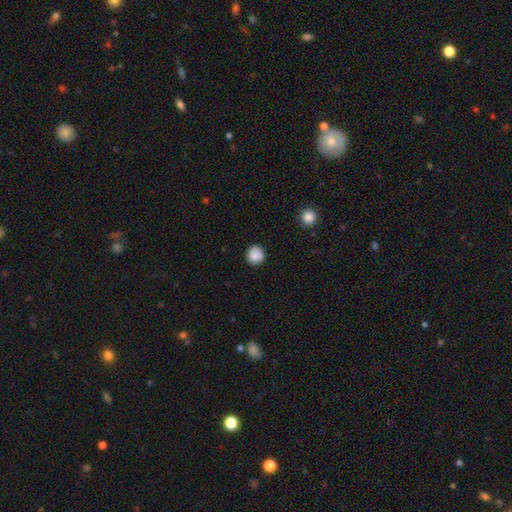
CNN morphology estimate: smooth-or-featured: smooth: 86% | star or artifact: 9% | featured or disk: 5%
  how-rounded: round: 92% | in between: 7% | cigar-shaped: 1%
  merging: none: 85% | minor disturbance: 11% | major disturbance: 2% | merger: 1%